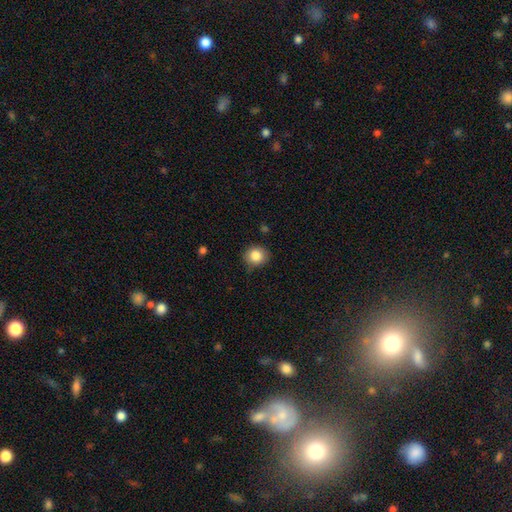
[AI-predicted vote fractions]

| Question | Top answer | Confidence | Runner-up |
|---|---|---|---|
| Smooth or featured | smooth | 85% | star or artifact (10%) |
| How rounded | round | 84% | in between (15%) |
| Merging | none | 81% | minor disturbance (15%) |